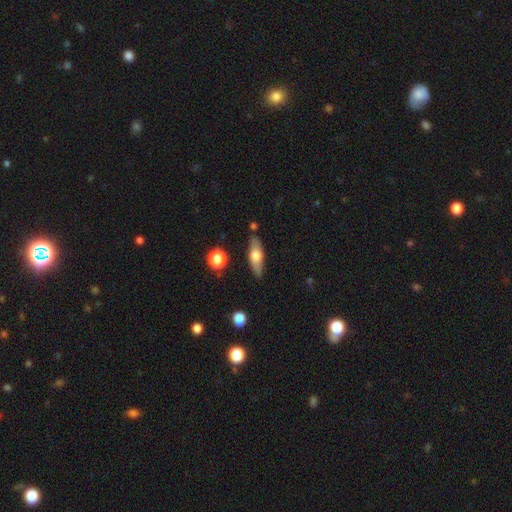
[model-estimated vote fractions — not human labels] Smooth or featured? Predicted: smooth (p=0.56). How rounded? Predicted: in between (p=0.52). Merging? Predicted: none (p=0.82).